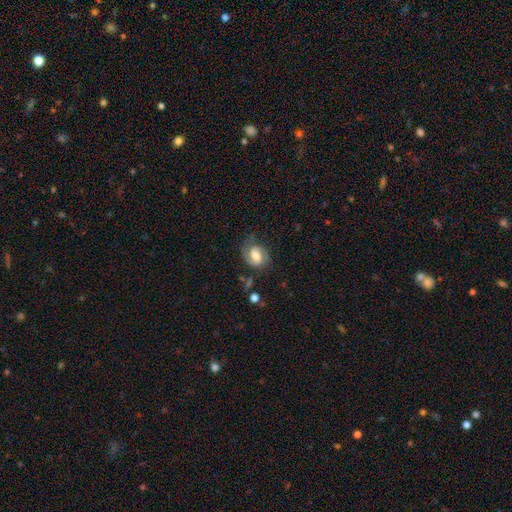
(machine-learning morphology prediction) Smooth or featured? featured or disk (66%)
Edge-on disk? no (97%)
Bar? weak (49%)
Spiral arms? yes (90%)
Spiral winding? medium (48%)
Spiral arm count? 2 (80%)
Bulge size? moderate (53%)
Merging? none (63%)